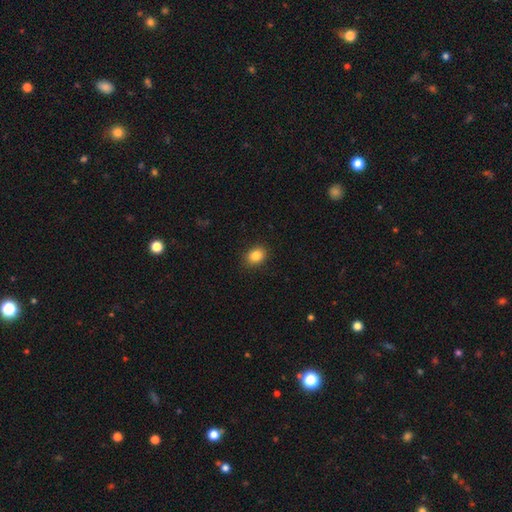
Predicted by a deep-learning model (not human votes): Smooth or featured? Predicted: smooth (p=0.85). How rounded? Predicted: in between (p=0.62). Merging? Predicted: none (p=0.89).